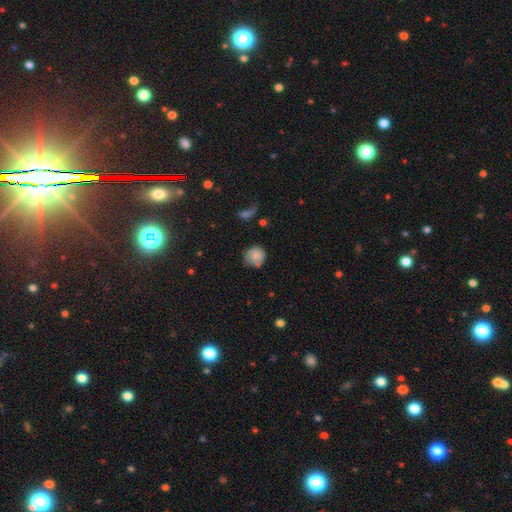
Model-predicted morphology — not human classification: The model was most divided on "merging": none: 56%, minor disturbance: 31%, major disturbance: 9%, merger: 4%. More confident: how rounded — round (83%); smooth or featured — smooth (76%).